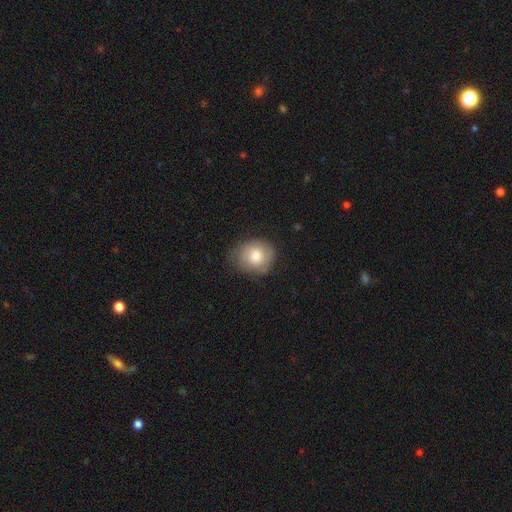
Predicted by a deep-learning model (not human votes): Overall: smooth (58%; featured or disk 35%). How rounded: round (71%). Merging: none (68%).